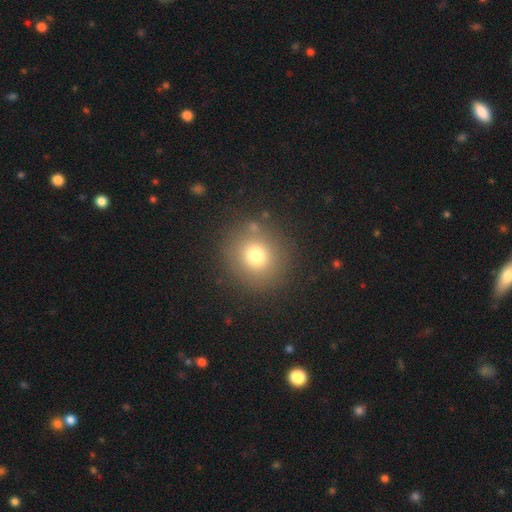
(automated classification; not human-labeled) Q: Smooth or featured?
A: smooth (75%); runner-up: star or artifact (14%)
Q: How rounded?
A: round (89%); runner-up: in between (10%)
Q: Merging?
A: none (85%); runner-up: minor disturbance (8%)